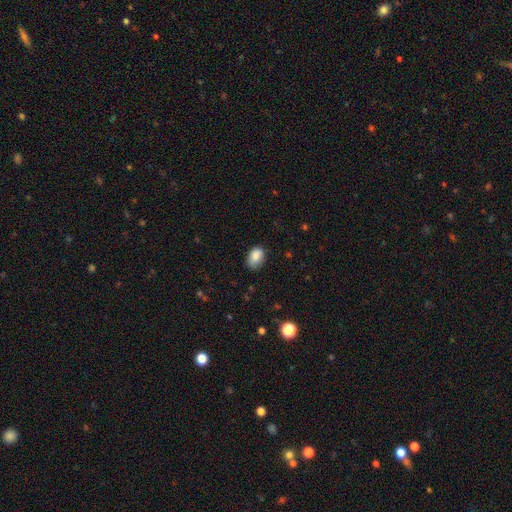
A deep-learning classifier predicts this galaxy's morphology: This is clearly a smooth galaxy (87%). How rounded: clearly in between (85%). Merging: likely none (72%).